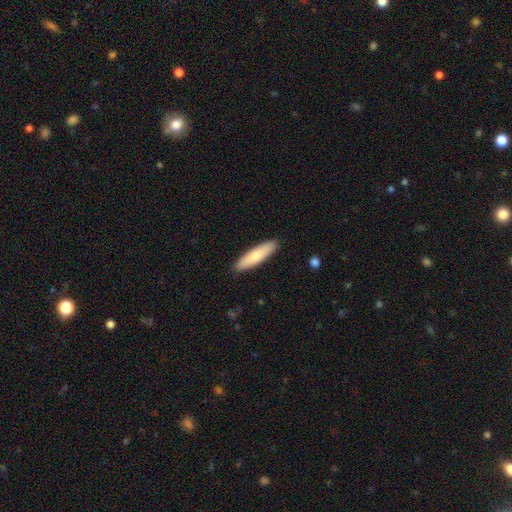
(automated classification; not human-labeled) Overall: smooth (70%). How rounded: cigar-shaped (70%). Merging: none (90%).